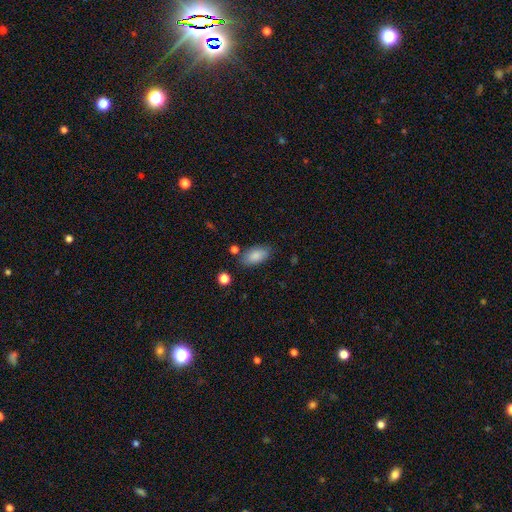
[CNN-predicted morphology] Smooth or featured: smooth — 85% (featured or disk — 8%)
How rounded: in between — 92% (cigar-shaped — 4%)
Merging: none — 78% (minor disturbance — 14%)